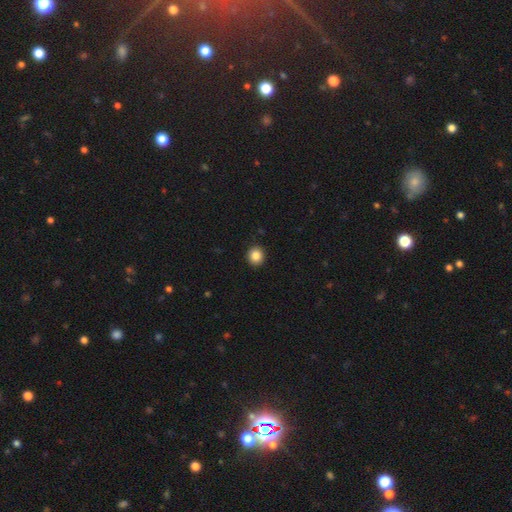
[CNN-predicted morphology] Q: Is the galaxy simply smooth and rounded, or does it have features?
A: smooth — 85%.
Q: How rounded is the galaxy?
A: round — 84%.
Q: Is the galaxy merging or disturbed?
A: none — 92%.